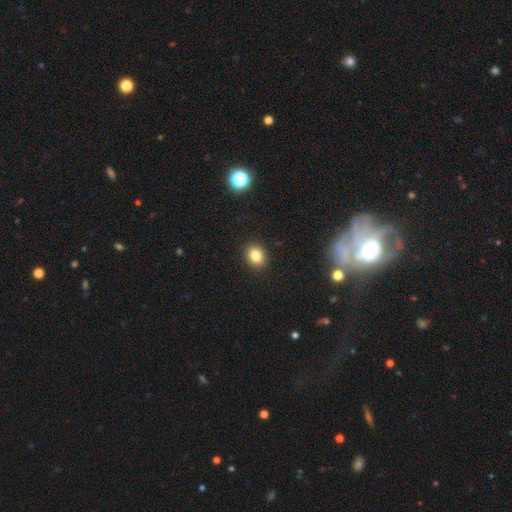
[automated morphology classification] Smooth or featured? Predicted: smooth (p=0.83). How rounded? Predicted: round (p=0.61). Merging? Predicted: none (p=0.91).